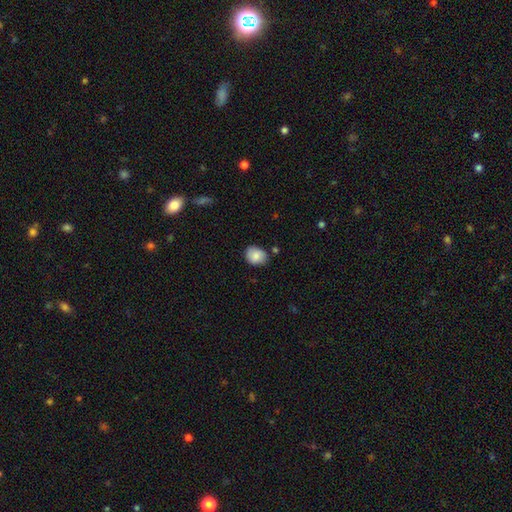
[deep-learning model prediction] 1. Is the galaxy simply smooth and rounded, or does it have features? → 82% smooth, 10% featured or disk, 8% star or artifact.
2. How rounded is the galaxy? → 54% round, 45% in between, 1% cigar-shaped.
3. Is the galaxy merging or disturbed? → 76% none, 17% minor disturbance, 4% merger, 3% major disturbance.